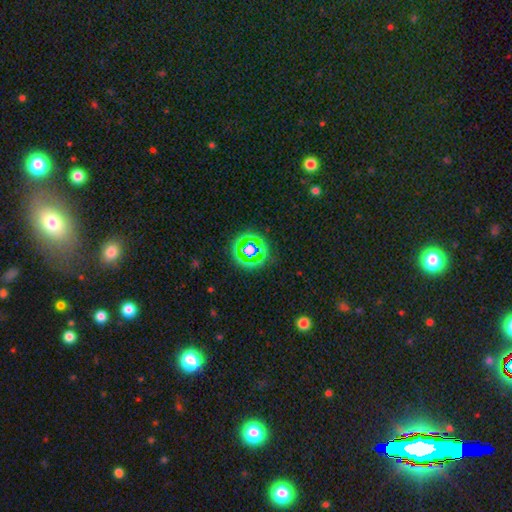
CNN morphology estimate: star or artifact 54%, smooth 37%, featured or disk 9%.